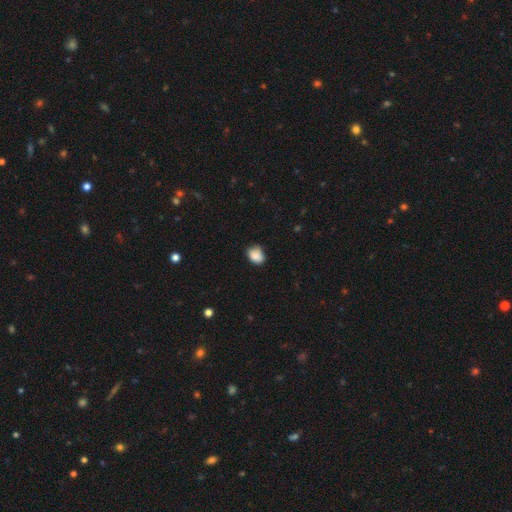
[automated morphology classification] Smooth or featured?
  - smooth: 87% *
  - star or artifact: 9%
  - featured or disk: 5%
How rounded?
  - in between: 56% *
  - round: 43%
  - cigar-shaped: 1%
Merging?
  - none: 64% *
  - minor disturbance: 29%
  - major disturbance: 5%
  - merger: 2%